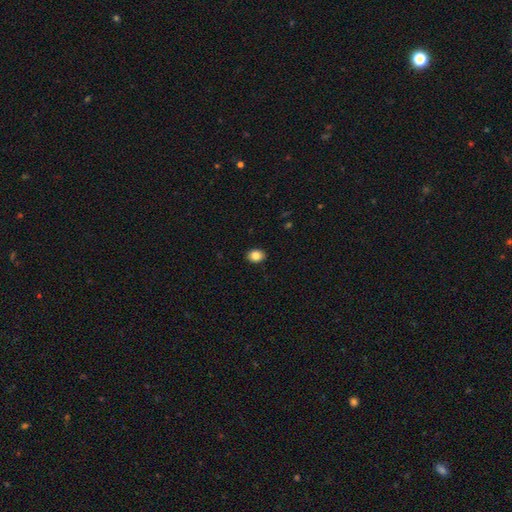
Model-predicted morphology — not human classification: Smooth or featured?
  - smooth: 85% *
  - star or artifact: 9%
  - featured or disk: 6%
How rounded?
  - in between: 56% *
  - round: 43%
  - cigar-shaped: 1%
Merging?
  - none: 90% *
  - minor disturbance: 7%
  - major disturbance: 2%
  - merger: 1%